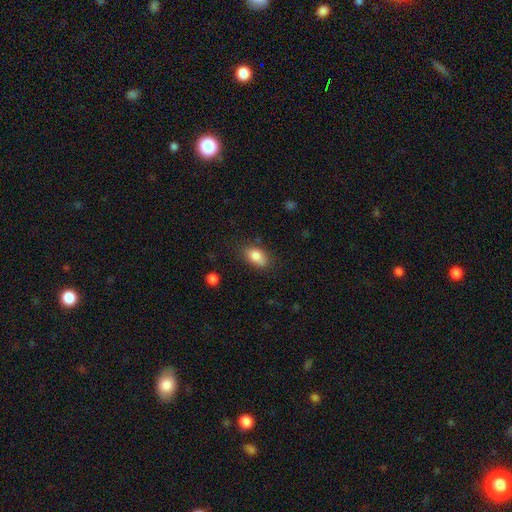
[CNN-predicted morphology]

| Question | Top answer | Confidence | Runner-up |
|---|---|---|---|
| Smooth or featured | smooth | 84% | featured or disk (8%) |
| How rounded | in between | 89% | round (8%) |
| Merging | none | 73% | minor disturbance (20%) |